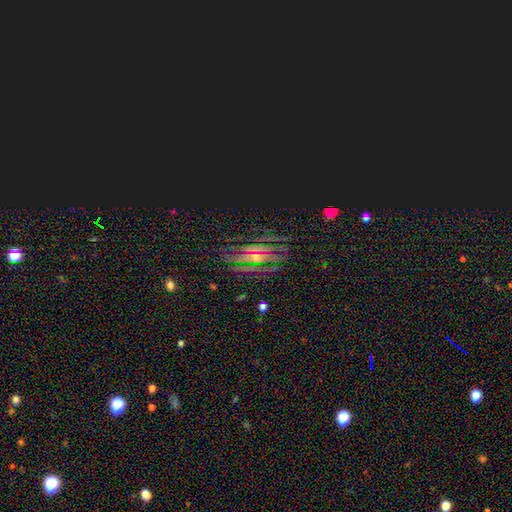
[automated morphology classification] Smooth or featured? star or artifact (62%)